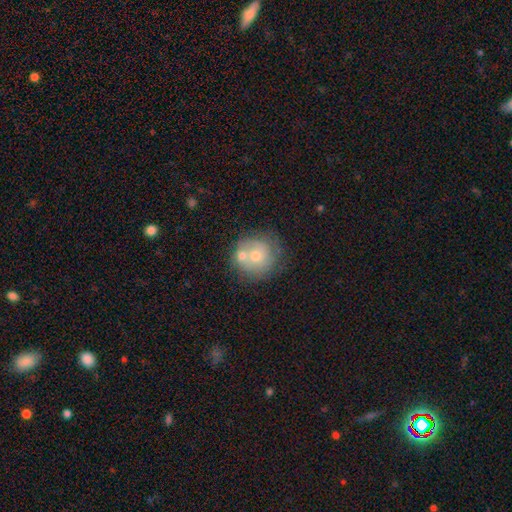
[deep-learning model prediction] A featured or disk galaxy (46%, tied with smooth). Merging: none (50%).